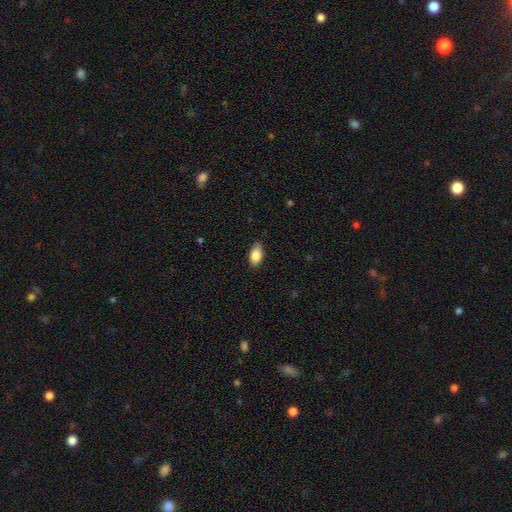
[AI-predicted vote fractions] The model was most divided on "merging": none: 80%, minor disturbance: 16%, major disturbance: 2%, merger: 1%. More confident: how rounded — in between (91%); smooth or featured — smooth (85%).